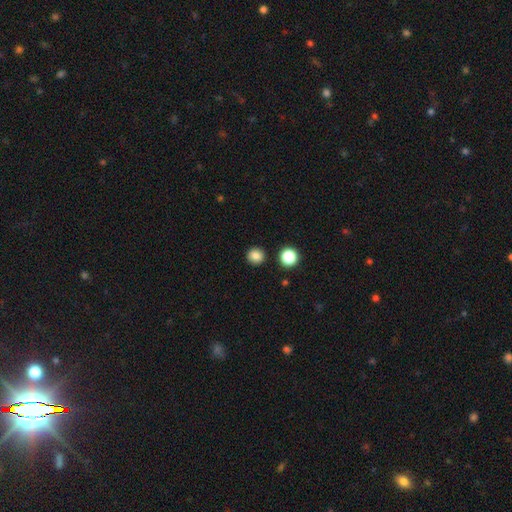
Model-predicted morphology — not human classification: smooth-or-featured: smooth: 84% | star or artifact: 11% | featured or disk: 4%
  how-rounded: round: 91% | in between: 8% | cigar-shaped: 1%
  merging: none: 90% | minor disturbance: 6% | merger: 2% | major disturbance: 2%